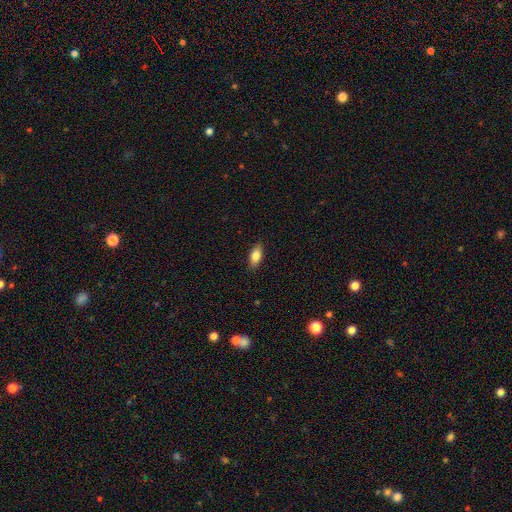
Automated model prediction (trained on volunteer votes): Morphology: type=smooth (82%); roundness=in between (85%); merging=none (87%).